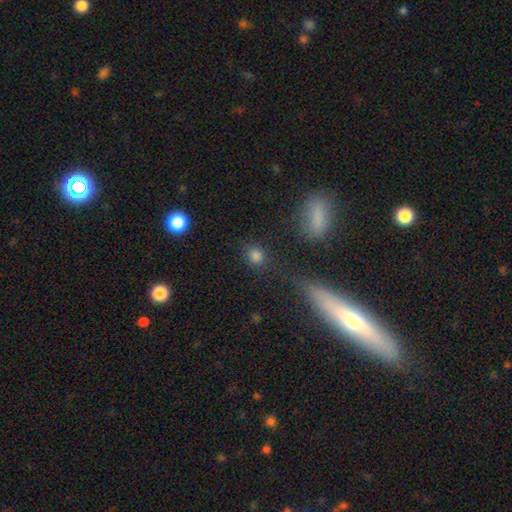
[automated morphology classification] Smooth or featured? Predicted: smooth (p=0.79). How rounded? Predicted: round (p=0.74). Merging? Predicted: none (p=0.77).